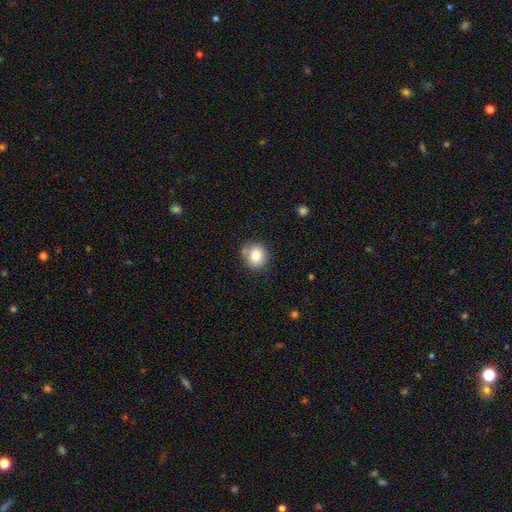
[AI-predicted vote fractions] smooth 83%, star or artifact 9%, featured or disk 8%. Down the decision tree: how rounded — round (79%); merging — none (71%).